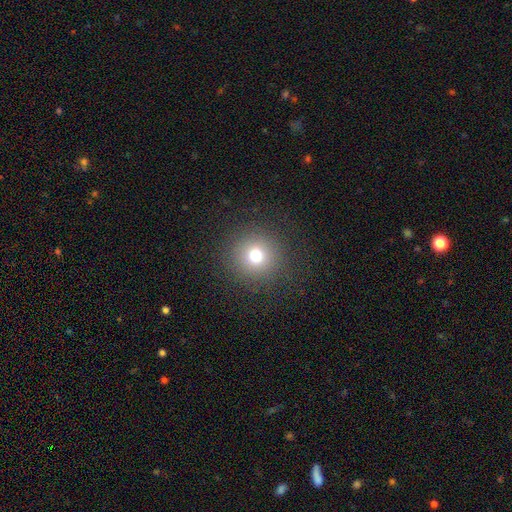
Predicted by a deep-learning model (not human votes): smooth 75%, star or artifact 16%, featured or disk 9%. Down the decision tree: how rounded — round (95%); merging — none (90%).